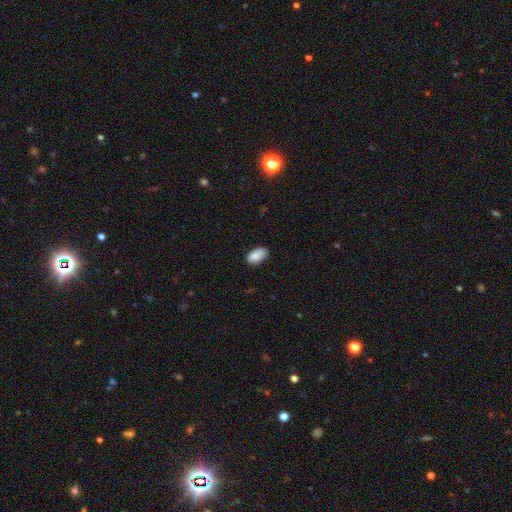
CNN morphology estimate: smooth_or_featured: smooth (p=0.85) [alt: featured or disk p=0.08]
how_rounded: in between (p=0.94) [alt: round p=0.04]
merging: none (p=0.76) [alt: minor disturbance p=0.19]